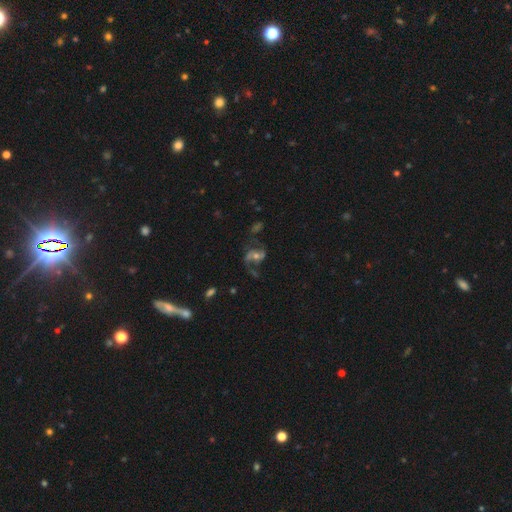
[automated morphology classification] featured or disk 81%, smooth 11%, star or artifact 9%. Down the decision tree: edge-on disk — no (97%); bar — no (51%); spiral arms — yes (93%); spiral arm count — 2 (88%); spiral winding — loose (52%); bulge size — moderate (57%); merging — none (59%).